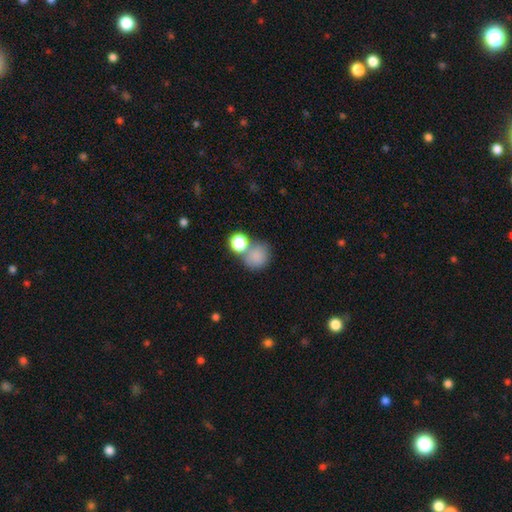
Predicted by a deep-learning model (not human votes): The model was most divided on "merging": none: 51%, merger: 30%, minor disturbance: 13%, major disturbance: 6%. More confident: smooth or featured — smooth (80%); how rounded — round (77%).